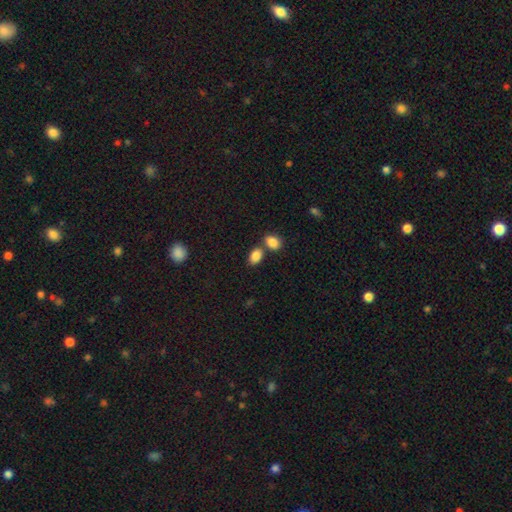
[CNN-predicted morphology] A smooth galaxy with no disk features (86%) that is in between round and cigar-shaped (85%).

Vote fractions:
- Smooth or featured? smooth: 86% / star or artifact: 8% / featured or disk: 5%
- How rounded? in between: 85% / round: 14% / cigar-shaped: 1%
- Merging? none: 53% / merger: 33% / minor disturbance: 11% / major disturbance: 3%